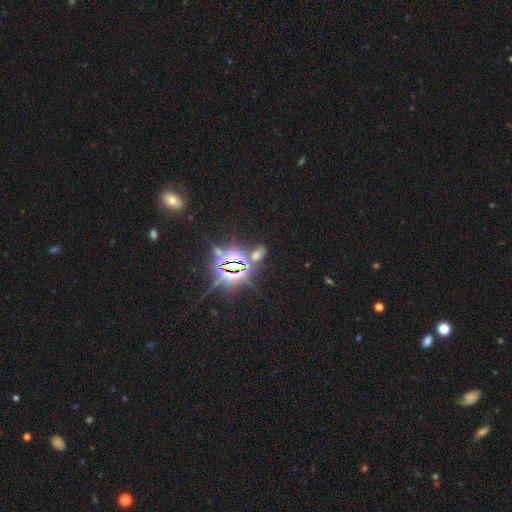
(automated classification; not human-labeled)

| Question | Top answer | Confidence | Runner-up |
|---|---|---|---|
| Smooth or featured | star or artifact | 75% | smooth (15%) |